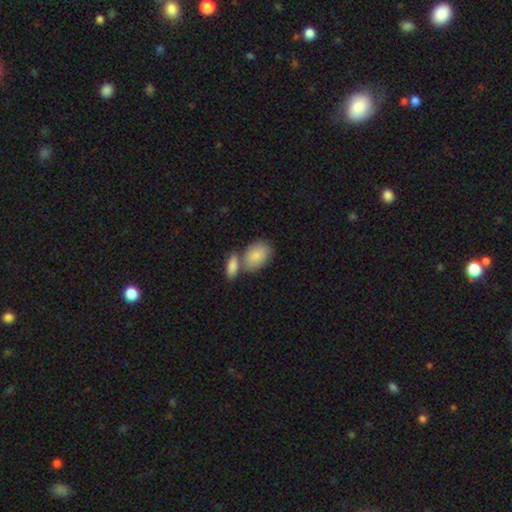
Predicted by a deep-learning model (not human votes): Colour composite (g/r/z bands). It shows a smooth galaxy with no disk features (83%) that is in between round and cigar-shaped (86%). Merging: none (43%).